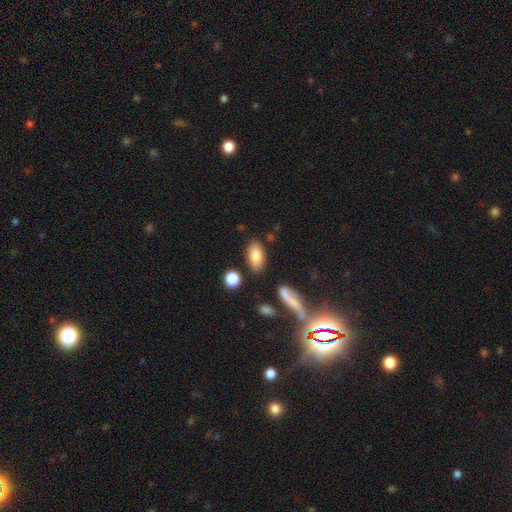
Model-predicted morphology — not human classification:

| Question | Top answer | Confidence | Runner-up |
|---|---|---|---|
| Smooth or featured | smooth | 80% | featured or disk (13%) |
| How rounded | in between | 90% | cigar-shaped (6%) |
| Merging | none | 79% | minor disturbance (12%) |